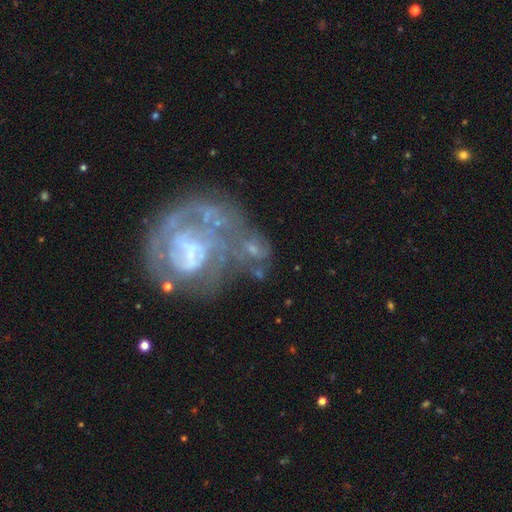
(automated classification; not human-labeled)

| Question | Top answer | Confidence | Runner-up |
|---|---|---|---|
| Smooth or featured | featured or disk | 73% | smooth (16%) |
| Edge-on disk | no | 98% | yes (2%) |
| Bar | no | 58% | weak (30%) |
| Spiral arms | yes | 55% | no (45%) |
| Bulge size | none | 49% | small (24%) |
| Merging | major disturbance | 34% | none (28%) |